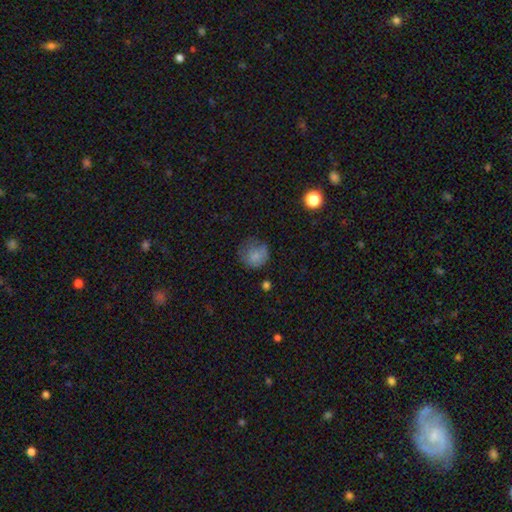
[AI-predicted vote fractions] Smooth or featured?
  - smooth: 77% *
  - featured or disk: 12%
  - star or artifact: 11%
How rounded?
  - round: 85% *
  - in between: 14%
  - cigar-shaped: 1%
Merging?
  - none: 56% *
  - minor disturbance: 28%
  - major disturbance: 14%
  - merger: 2%